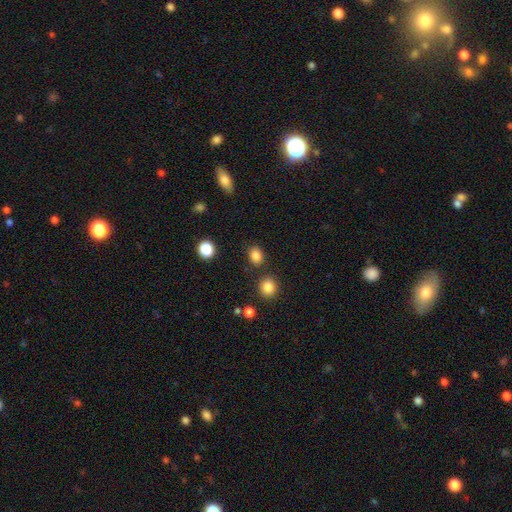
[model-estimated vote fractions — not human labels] The model was most divided on "how rounded": round: 50%, in between: 49%, cigar-shaped: 1%. More confident: smooth or featured — smooth (84%); merging — none (80%).